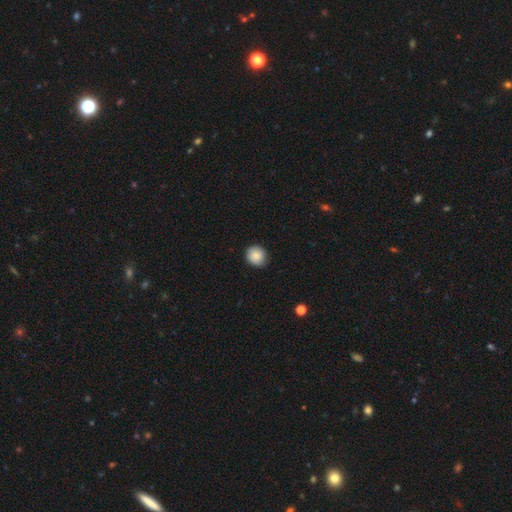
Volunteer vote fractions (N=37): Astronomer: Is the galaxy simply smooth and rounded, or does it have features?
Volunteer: smooth — 86%.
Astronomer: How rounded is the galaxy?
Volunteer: round — 75%.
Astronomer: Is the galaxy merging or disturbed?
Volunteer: none — 80%.